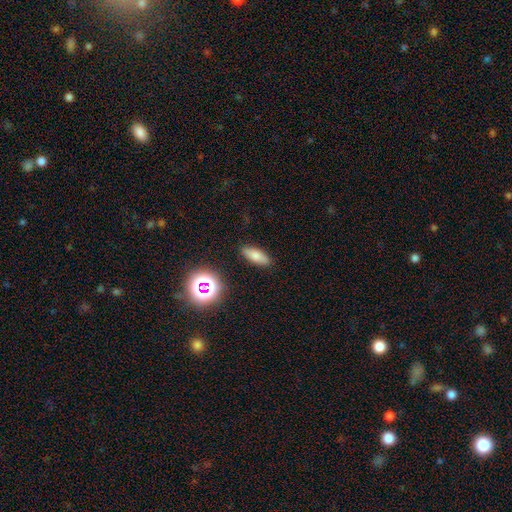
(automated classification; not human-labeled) A smooth galaxy with no disk features (75%) that is in between round and cigar-shaped (69%). Merging: none (87%).